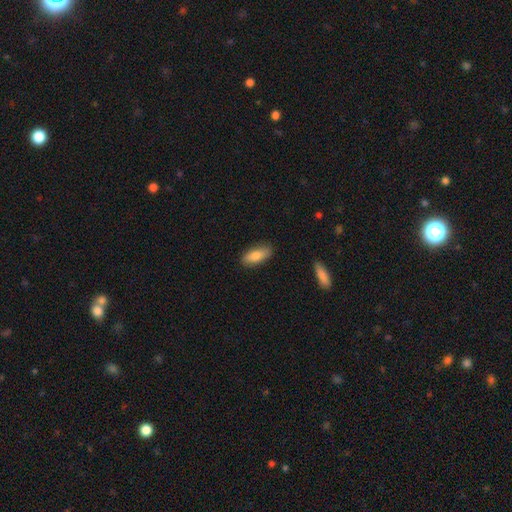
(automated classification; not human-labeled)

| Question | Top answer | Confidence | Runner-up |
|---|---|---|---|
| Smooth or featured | smooth | 81% | featured or disk (13%) |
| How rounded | in between | 79% | cigar-shaped (18%) |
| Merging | none | 84% | minor disturbance (13%) |